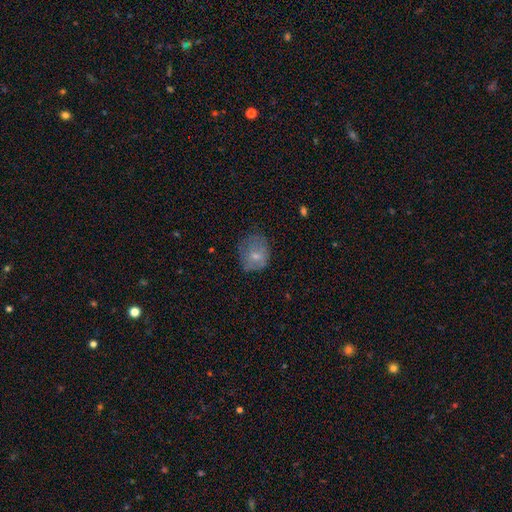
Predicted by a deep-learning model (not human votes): Smooth or featured: smooth — 67% (featured or disk — 23%)
How rounded: round — 57% (in between — 42%)
Merging: none — 51% (minor disturbance — 30%)